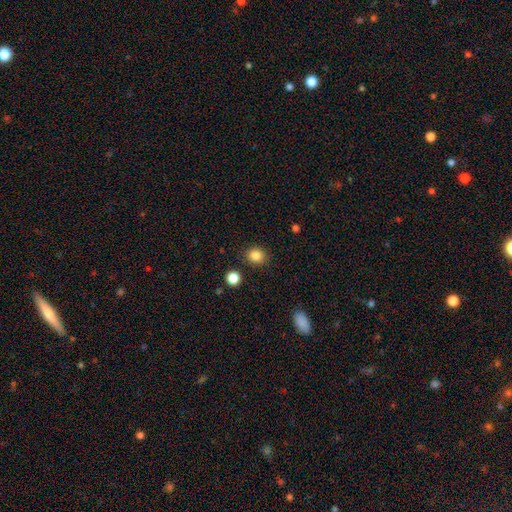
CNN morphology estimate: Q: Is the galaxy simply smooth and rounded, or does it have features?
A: smooth — 85%.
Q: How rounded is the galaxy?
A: round — 76%.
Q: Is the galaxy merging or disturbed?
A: none — 87%.